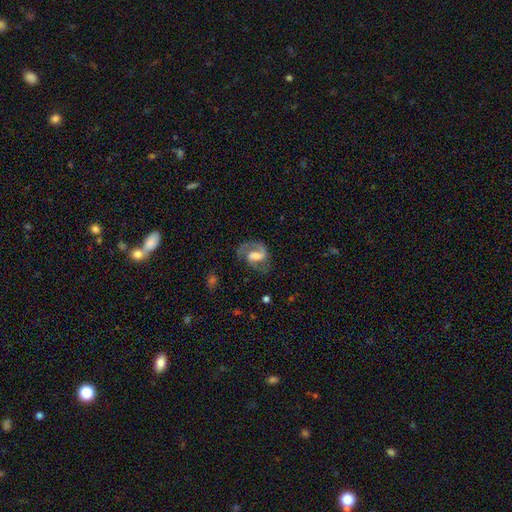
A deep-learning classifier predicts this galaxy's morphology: featured or disk 80%, smooth 14%, star or artifact 6%. Down the decision tree: edge-on disk — no (98%); bar — weak (52%); spiral arms — yes (94%); spiral arm count — 2 (66%); spiral winding — medium (52%); bulge size — moderate (44%); merging — none (58%).